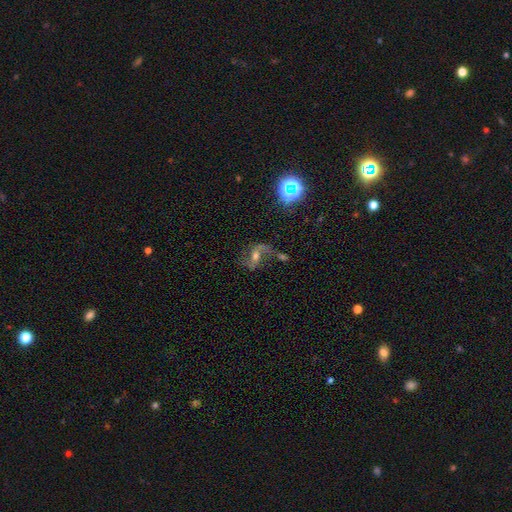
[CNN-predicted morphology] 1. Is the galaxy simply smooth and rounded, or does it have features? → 77% featured or disk, 13% star or artifact, 9% smooth.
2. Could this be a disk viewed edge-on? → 96% no, 4% yes.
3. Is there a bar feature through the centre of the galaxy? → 41% weak, 34% no, 25% strong.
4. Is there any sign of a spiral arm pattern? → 93% yes, 7% no.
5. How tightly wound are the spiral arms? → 70% loose, 25% medium, 6% tight.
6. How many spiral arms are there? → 87% 2, 7% 1, 3% can't tell, 1% 3, 1% 4, 1% more than 4.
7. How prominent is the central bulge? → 61% moderate, 28% small, 6% large, 3% none, 1% dominant.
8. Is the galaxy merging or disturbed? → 59% none, 16% minor disturbance, 15% major disturbance, 10% merger.